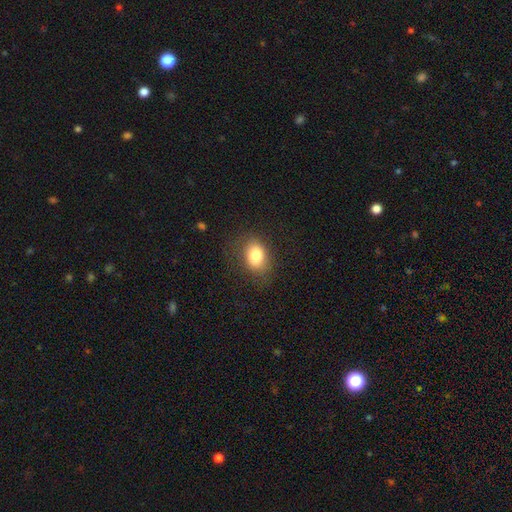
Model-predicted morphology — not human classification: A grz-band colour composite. It shows a smooth galaxy with no disk features (80%) that is in between round and cigar-shaped (67%). Merging: none (76%).